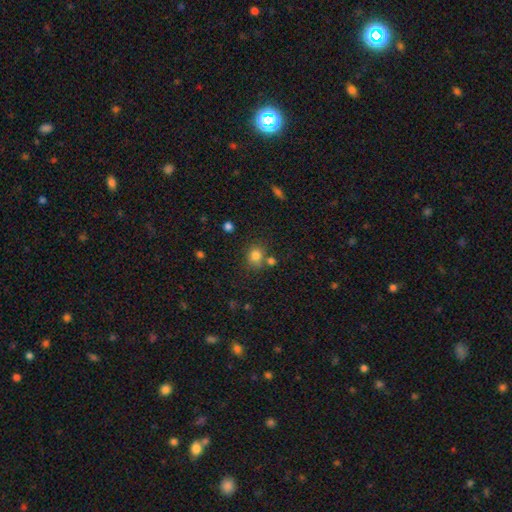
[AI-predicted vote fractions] A smooth galaxy with no disk features (80%) that is round (70%). Merging: none (66%).